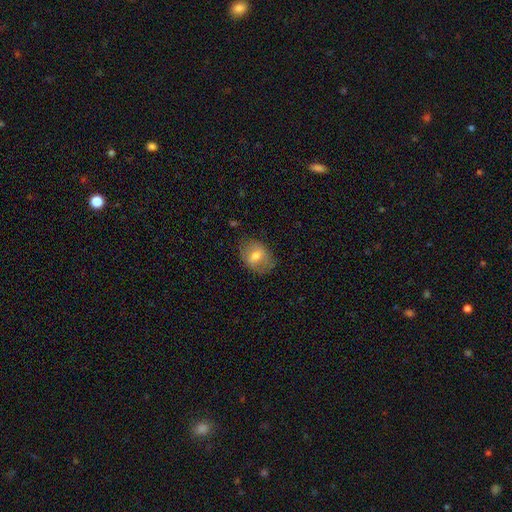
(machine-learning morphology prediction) A smooth galaxy with no disk features (61%) that is in between round and cigar-shaped (64%). Merging: none (71%).